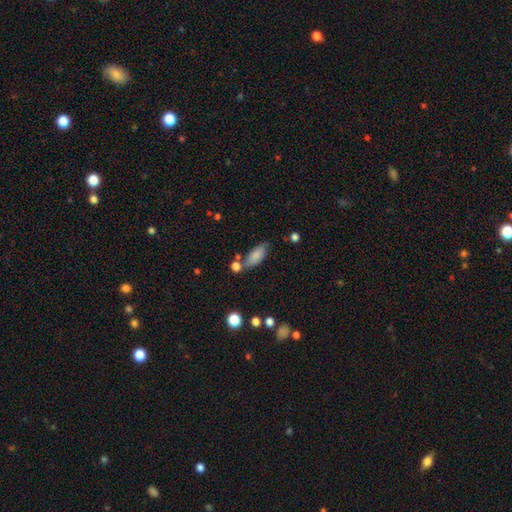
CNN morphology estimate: A smooth galaxy with no disk features (81%) that is in between round and cigar-shaped (80%). Merging: none (60%).